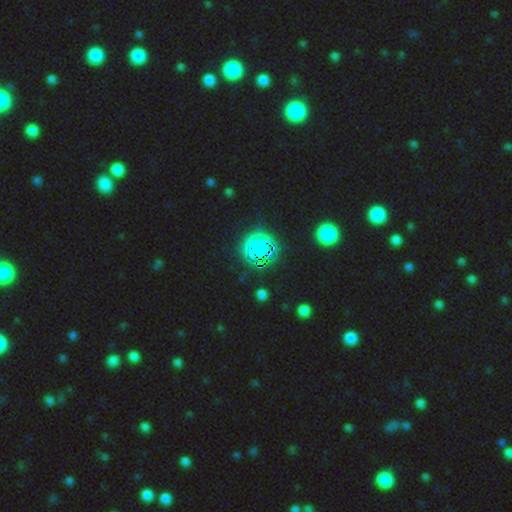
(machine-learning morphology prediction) Smooth or featured? Predicted: star or artifact (p=0.74).